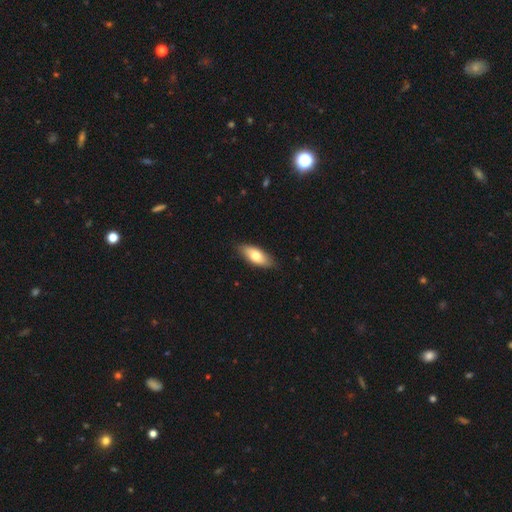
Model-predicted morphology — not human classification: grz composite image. It shows a smooth galaxy with no disk features (71%) that is in between round and cigar-shaped (80%). Merging: none (85%).